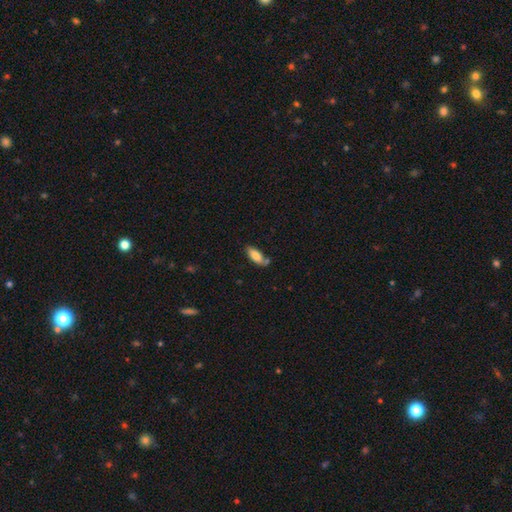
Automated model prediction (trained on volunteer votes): This is likely a smooth galaxy (80%). How rounded: likely in between (78%). Merging: likely none (64%).